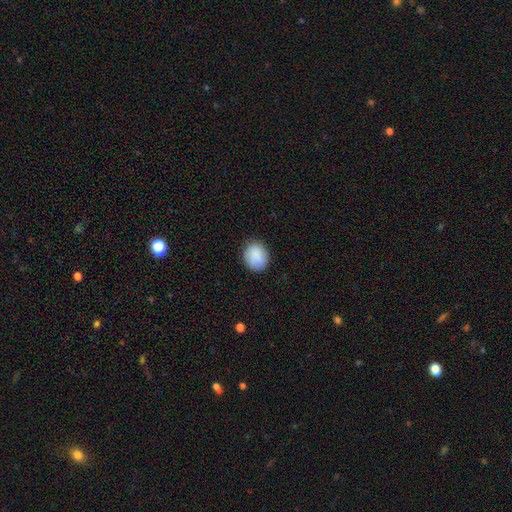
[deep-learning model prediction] Smooth or featured? smooth (89%)
How rounded? round (67%)
Merging? none (86%)